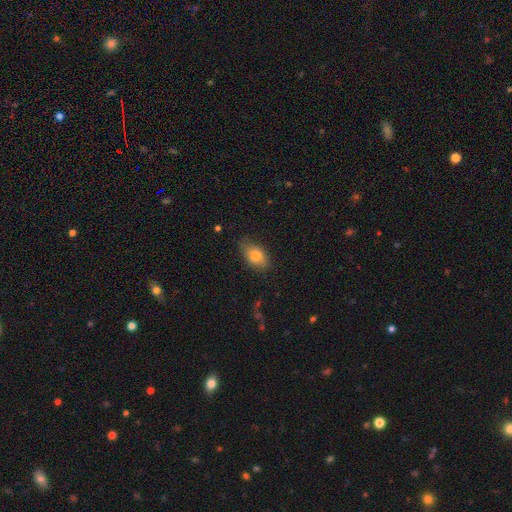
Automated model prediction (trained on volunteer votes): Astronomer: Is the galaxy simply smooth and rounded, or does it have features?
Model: smooth — 79%.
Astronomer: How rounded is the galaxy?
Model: in between — 87%.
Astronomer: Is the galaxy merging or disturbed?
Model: none — 72%.